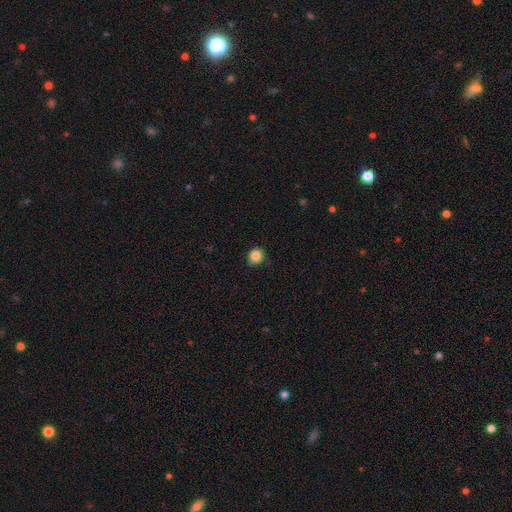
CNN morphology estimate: A smooth galaxy with no disk features (85%) that is round (85%). Merging: none (87%).